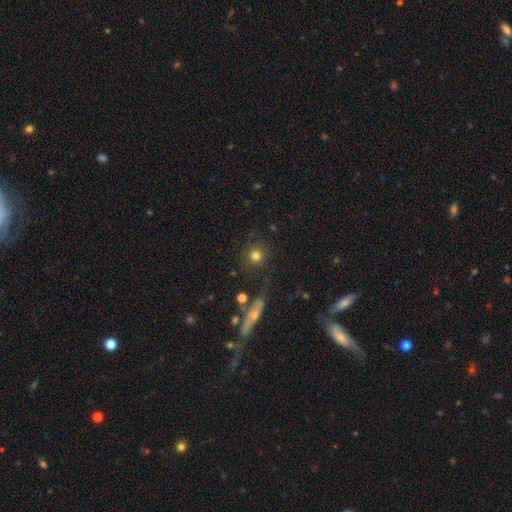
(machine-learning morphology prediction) type=smooth (76%); roundness=round (92%); merging=none (81%).